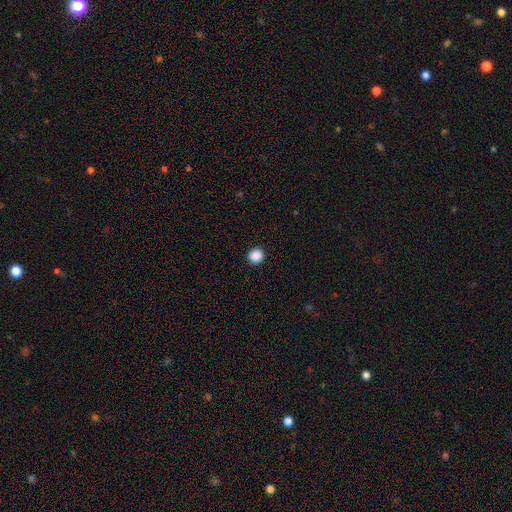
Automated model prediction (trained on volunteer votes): This appears to be a smooth galaxy with no disk features (88%) that is round (93%). Merging: none (93%).